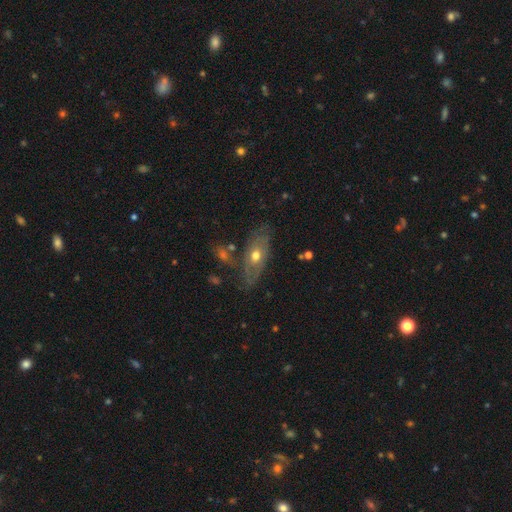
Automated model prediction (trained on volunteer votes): A featured or disk galaxy (59%).

Vote fractions:
- Smooth or featured? featured or disk: 59% / smooth: 34% / star or artifact: 7%
- Edge-on disk? no: 80% / yes: 20%
- Merging? none: 65% / minor disturbance: 22% / major disturbance: 8% / merger: 5%